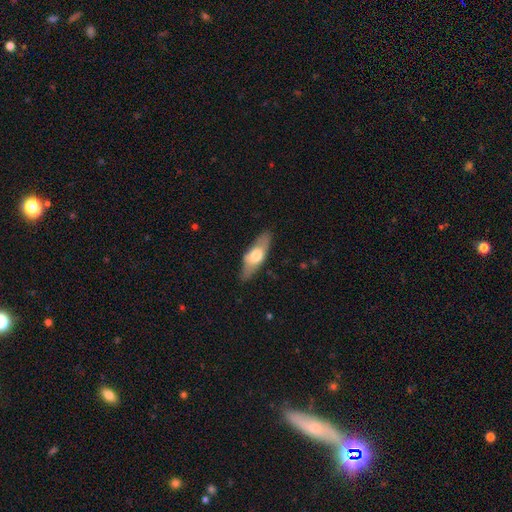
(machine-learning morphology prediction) type=smooth (54%); roundness=in between (62%); merging=none (82%).